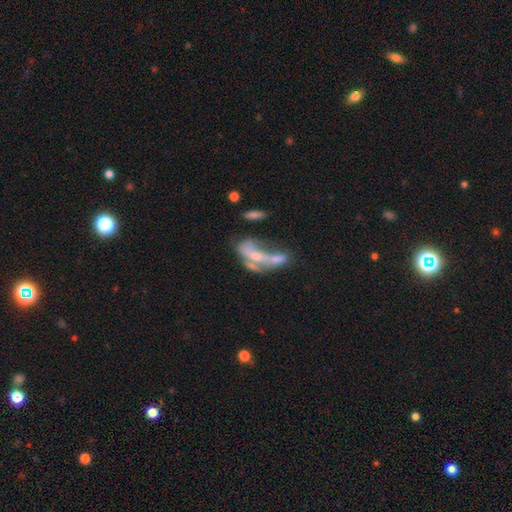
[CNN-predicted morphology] Smooth or featured: featured or disk — 47% (smooth — 42%)
Merging: merger — 58% (major disturbance — 18%)